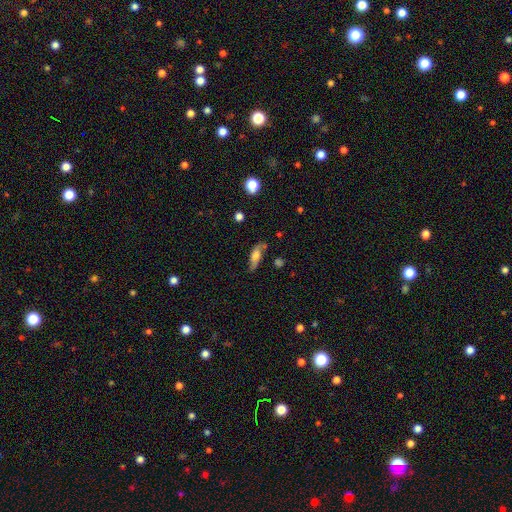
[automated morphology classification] Smooth or featured?
  - smooth: 51% *
  - featured or disk: 41%
  - star or artifact: 8%
How rounded?
  - in between: 59% *
  - cigar-shaped: 37%
  - round: 5%
Merging?
  - none: 65% *
  - minor disturbance: 24%
  - major disturbance: 7%
  - merger: 4%